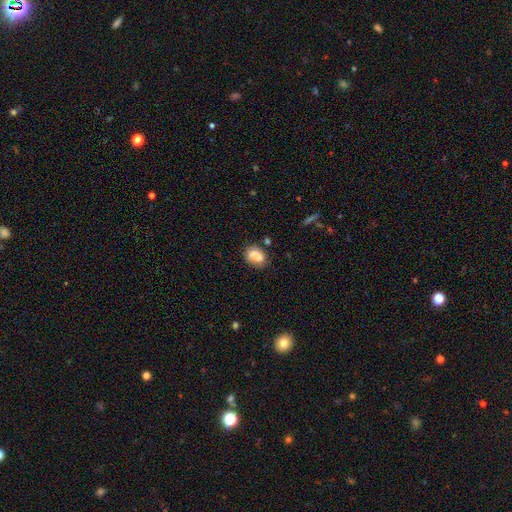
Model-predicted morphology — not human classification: smooth 76%, featured or disk 15%, star or artifact 9%. Down the decision tree: how rounded — in between (71%); merging — none (62%).